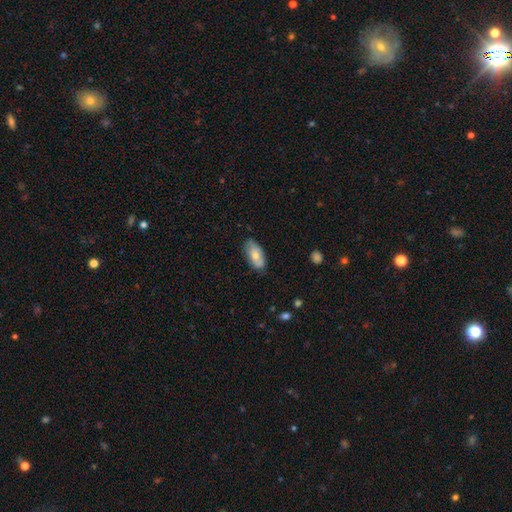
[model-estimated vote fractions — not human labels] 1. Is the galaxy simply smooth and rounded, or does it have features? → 65% smooth, 29% featured or disk, 6% star or artifact.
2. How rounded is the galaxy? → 92% in between, 5% cigar-shaped, 3% round.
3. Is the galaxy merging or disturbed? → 74% none, 21% minor disturbance, 3% major disturbance, 2% merger.